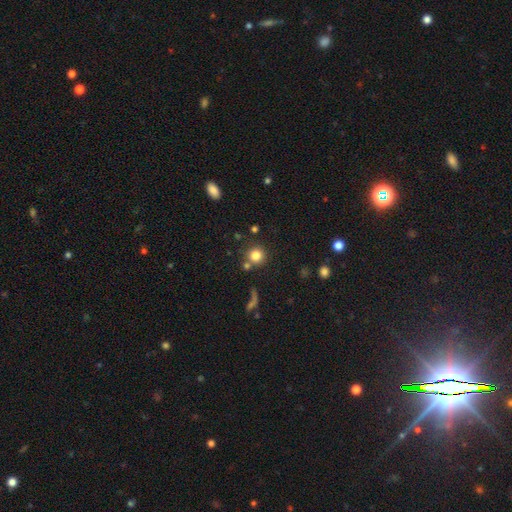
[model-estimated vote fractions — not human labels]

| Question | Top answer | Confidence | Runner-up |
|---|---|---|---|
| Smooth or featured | smooth | 81% | star or artifact (12%) |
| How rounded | round | 93% | in between (6%) |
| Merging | none | 76% | merger (12%) |